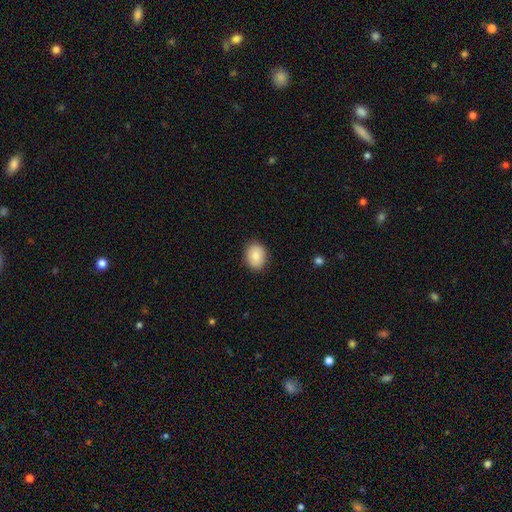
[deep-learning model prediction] smooth-or-featured: smooth: 82% | featured or disk: 10% | star or artifact: 8%
  how-rounded: round: 59% | in between: 40% | cigar-shaped: 1%
  merging: none: 88% | minor disturbance: 9% | major disturbance: 2% | merger: 1%